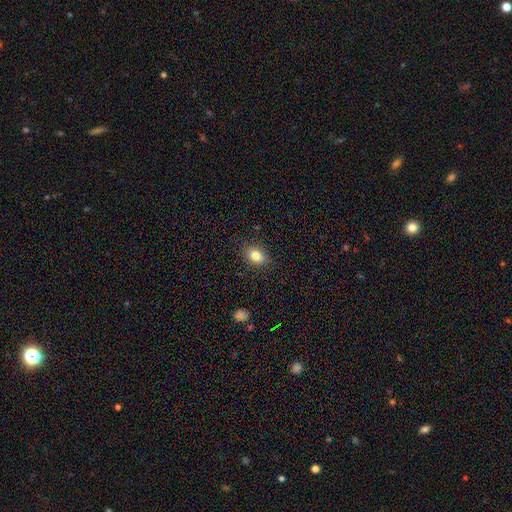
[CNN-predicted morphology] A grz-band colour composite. It shows a smooth galaxy with no disk features (82%) that is in between round and cigar-shaped (64%). Merging: none (85%).